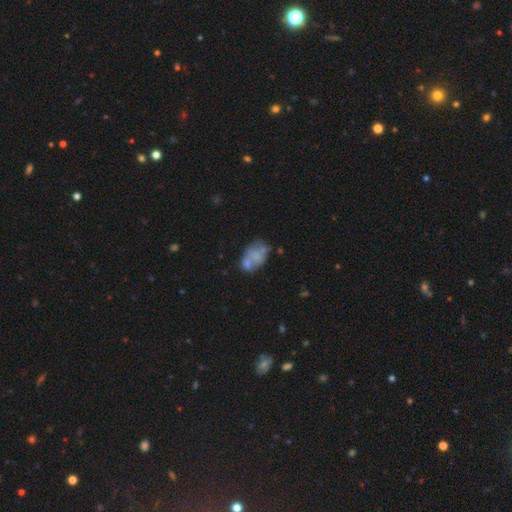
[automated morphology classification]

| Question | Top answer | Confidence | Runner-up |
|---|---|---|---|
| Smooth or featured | smooth | 52% | featured or disk (38%) |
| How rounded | in between | 82% | round (17%) |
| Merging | none | 32% | tied: merger (32%) |